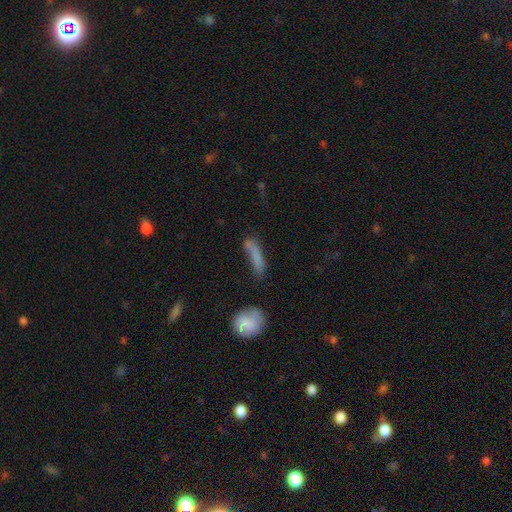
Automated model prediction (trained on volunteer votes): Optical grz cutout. It shows a smooth galaxy with no disk features (73%) that is cigar-shaped (77%). Merging: none (47%).